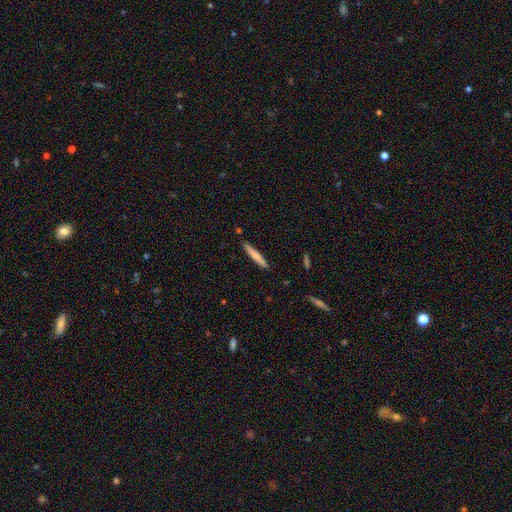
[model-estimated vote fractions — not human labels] Overall: smooth (69%). How rounded: cigar-shaped (95%). Merging: none (89%).